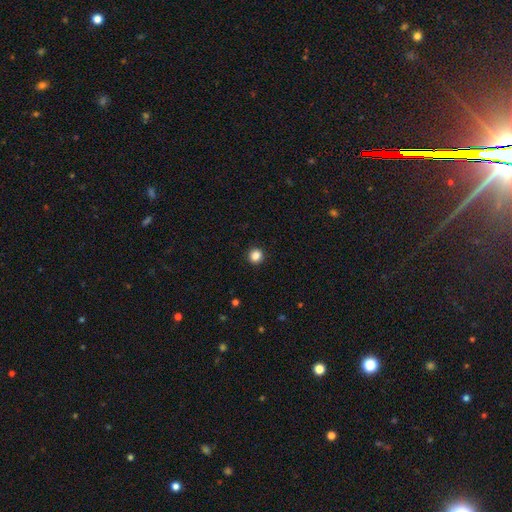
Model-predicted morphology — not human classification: This is clearly a smooth galaxy (86%). How rounded: clearly round (92%). Merging: clearly none (92%).